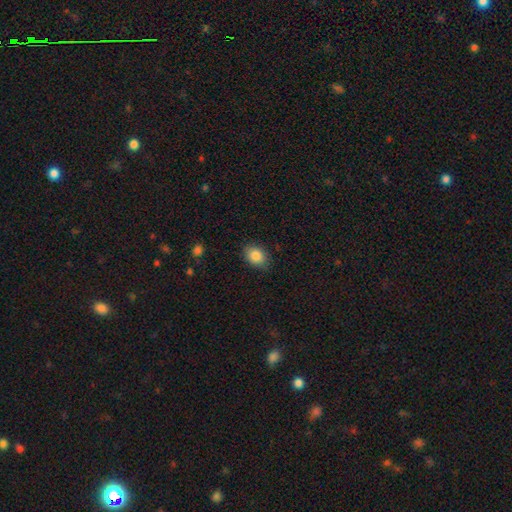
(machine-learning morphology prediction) This is clearly a smooth galaxy (85%). How rounded: likely in between (73%). Merging: clearly none (84%).